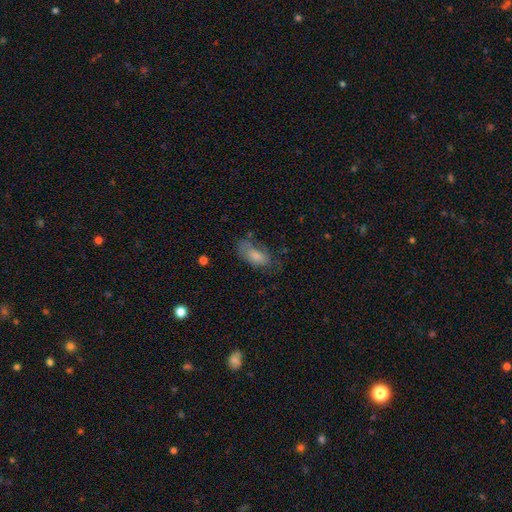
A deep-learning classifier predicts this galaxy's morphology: Smooth or featured? smooth (75%)
How rounded? in between (90%)
Merging? none (51%)